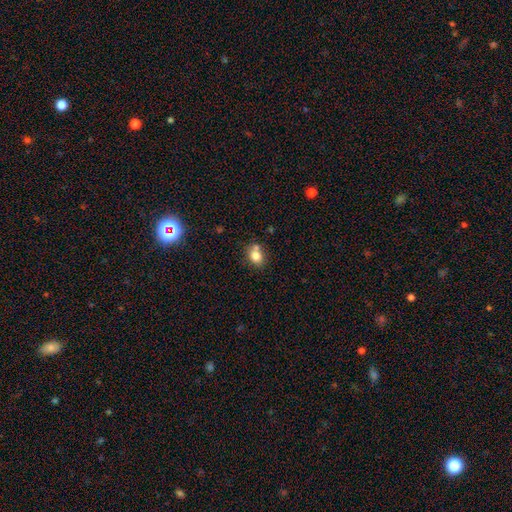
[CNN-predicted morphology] This appears to be a smooth galaxy with no disk features (79%) that is round (52%). Merging: none (57%).